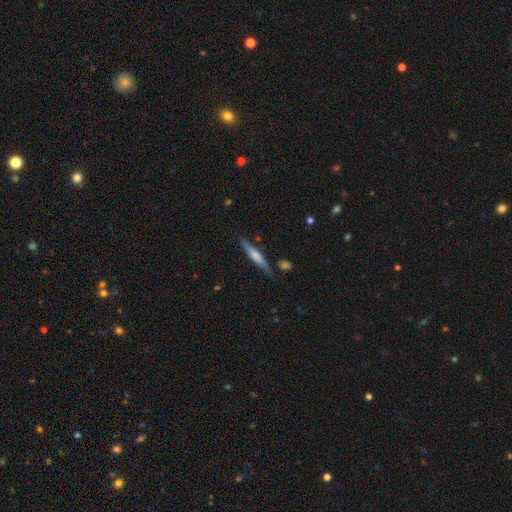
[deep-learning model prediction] This appears to be a featured or disk galaxy (51%) viewed edge-on (95%). Merging: none (79%).